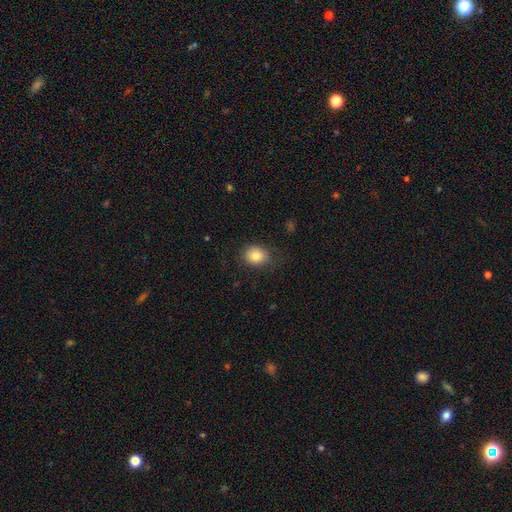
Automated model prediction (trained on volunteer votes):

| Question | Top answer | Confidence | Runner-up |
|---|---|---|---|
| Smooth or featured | smooth | 83% | star or artifact (9%) |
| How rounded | round | 66% | in between (34%) |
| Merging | none | 80% | minor disturbance (14%) |